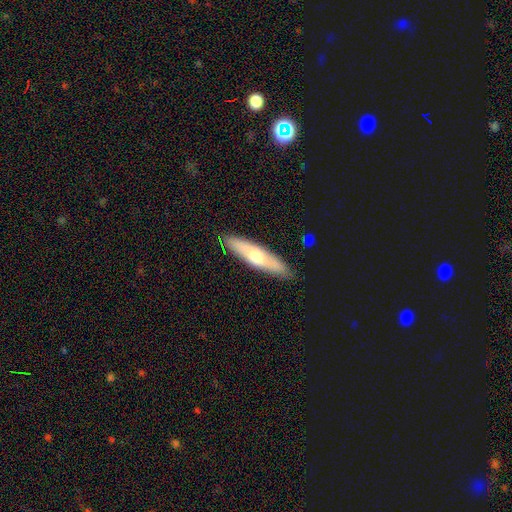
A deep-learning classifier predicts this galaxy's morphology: Smooth or featured? Predicted: smooth (p=0.52). How rounded? Predicted: cigar-shaped (p=0.76). Merging? Predicted: none (p=0.87).